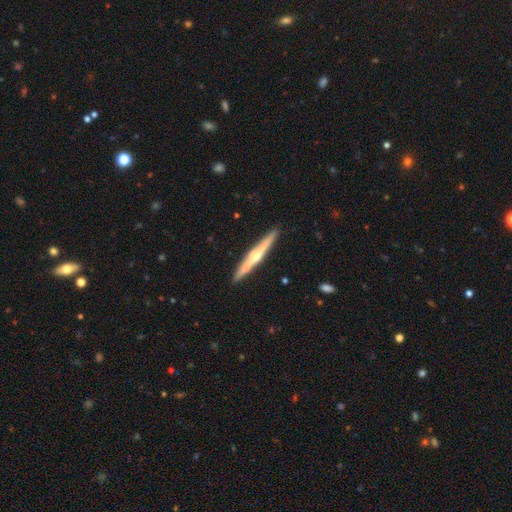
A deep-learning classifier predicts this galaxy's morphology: Q: Smooth or featured?
A: featured or disk (65%); runner-up: smooth (30%)
Q: Edge-on disk?
A: yes (97%); runner-up: no (3%)
Q: Edge-on bulge?
A: rounded (73%); runner-up: none (18%)
Q: Merging?
A: none (84%); runner-up: minor disturbance (9%)